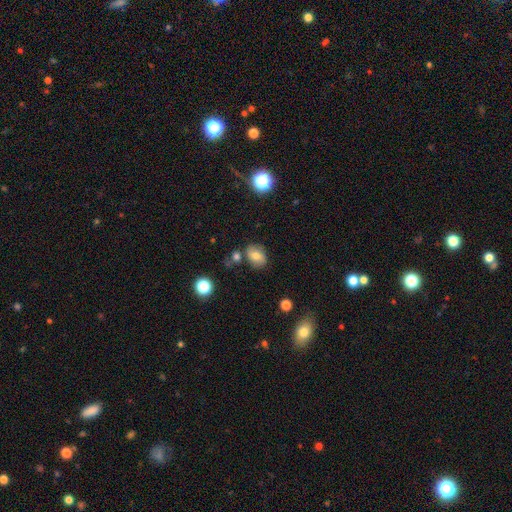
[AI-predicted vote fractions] Smooth or featured? smooth (69%)
How rounded? in between (62%)
Merging? none (72%)